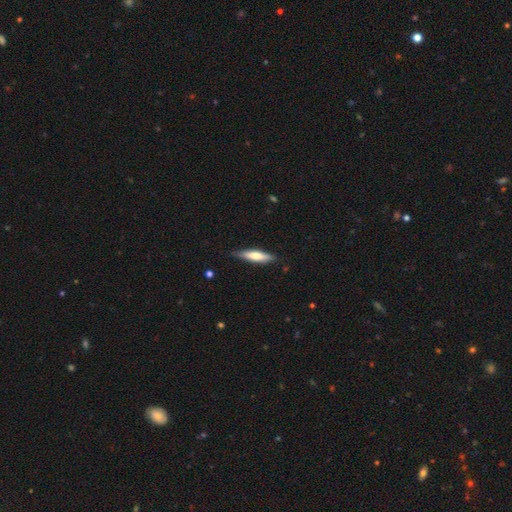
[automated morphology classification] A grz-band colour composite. It shows a smooth galaxy with no disk features (59%) that is cigar-shaped (77%). Merging: none (82%).